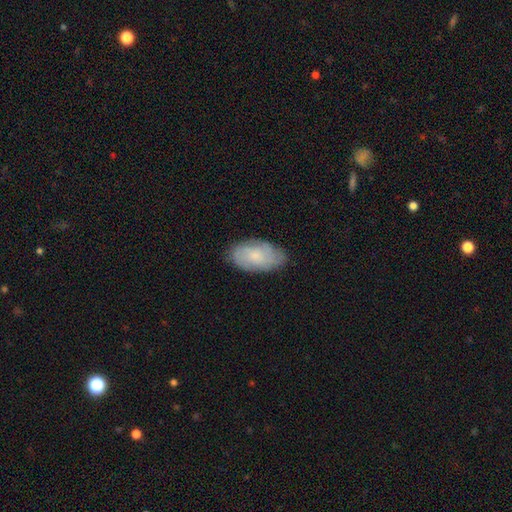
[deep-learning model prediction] The model was most divided on "smooth or featured": smooth: 53%, featured or disk: 39%, star or artifact: 7%. More confident: how rounded — in between (94%); merging — none (76%).